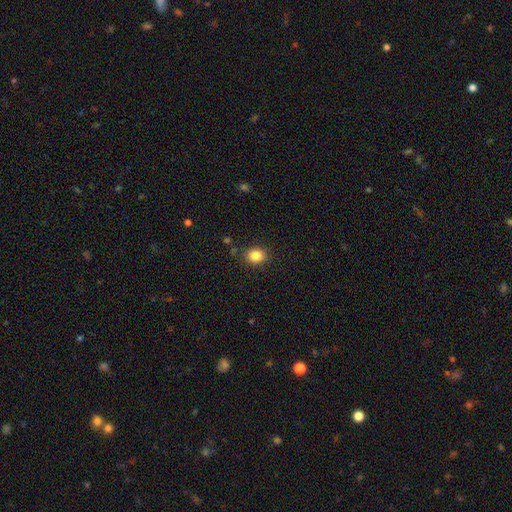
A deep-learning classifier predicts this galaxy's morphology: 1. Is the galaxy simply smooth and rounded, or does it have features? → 85% smooth, 10% star or artifact, 5% featured or disk.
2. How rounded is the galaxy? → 52% round, 47% in between, 1% cigar-shaped.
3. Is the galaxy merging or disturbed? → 86% none, 9% minor disturbance, 3% major disturbance, 2% merger.